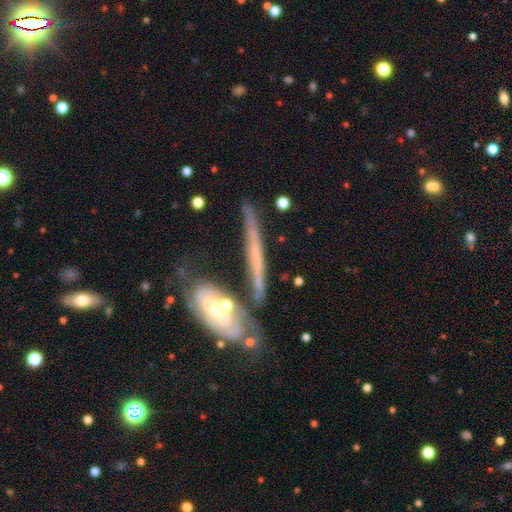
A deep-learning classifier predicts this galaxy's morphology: Smooth or featured: featured or disk — 59% (smooth — 34%)
Edge-on disk: yes — 83% (no — 17%)
Merging: none — 60% (minor disturbance — 19%)